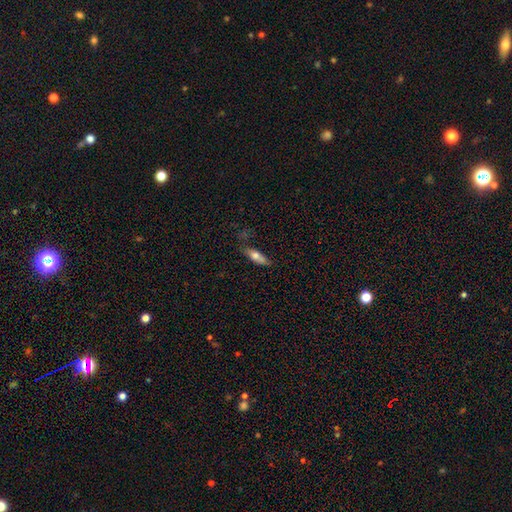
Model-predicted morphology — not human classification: smooth-or-featured: smooth: 68% | featured or disk: 25% | star or artifact: 7%
  how-rounded: in between: 54% | cigar-shaped: 43% | round: 2%
  merging: none: 64% | minor disturbance: 25% | major disturbance: 8% | merger: 3%